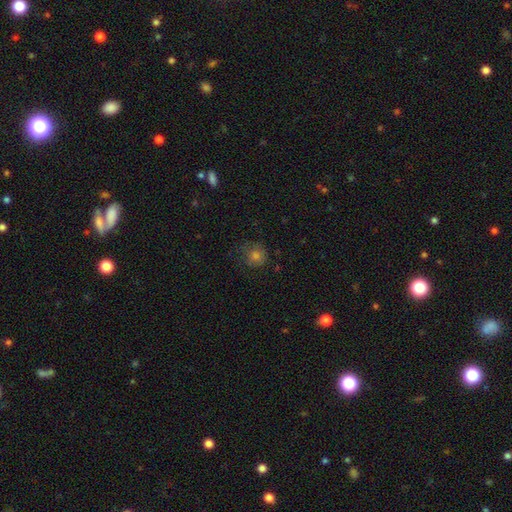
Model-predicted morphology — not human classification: This appears to be a smooth galaxy with no disk features (69%) that is round (87%). Merging: none (68%).